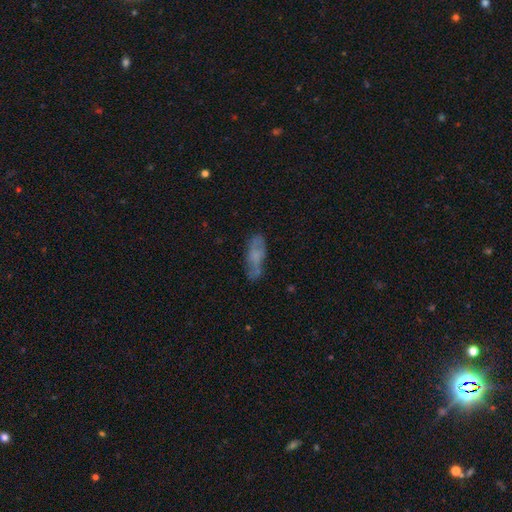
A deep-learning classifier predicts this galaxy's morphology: smooth 53%, featured or disk 37%, star or artifact 10%. Down the decision tree: how rounded — in between (60%); merging — none (63%).